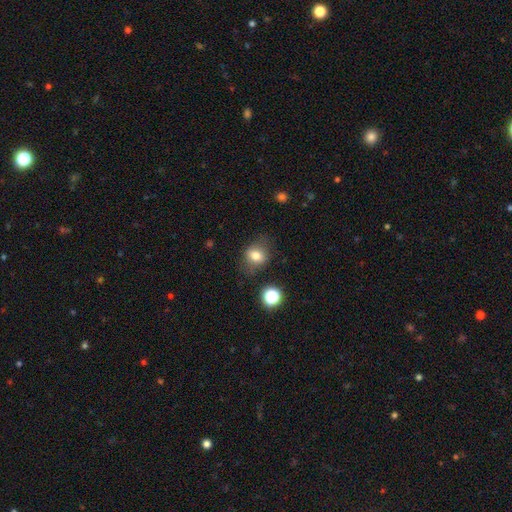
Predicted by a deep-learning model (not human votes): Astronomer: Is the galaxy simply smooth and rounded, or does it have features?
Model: smooth — 75%.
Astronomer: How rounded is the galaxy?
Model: in between — 52% (runner-up: round, 46%).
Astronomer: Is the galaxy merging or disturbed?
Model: none — 69%.